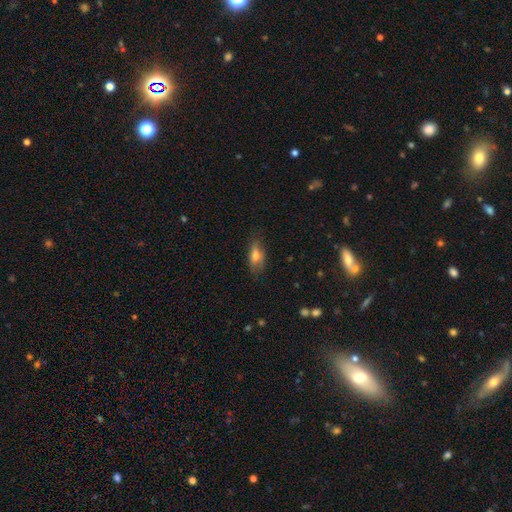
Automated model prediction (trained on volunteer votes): This is likely a smooth galaxy (67%). How rounded: clearly in between (80%). Merging: likely none (70%).